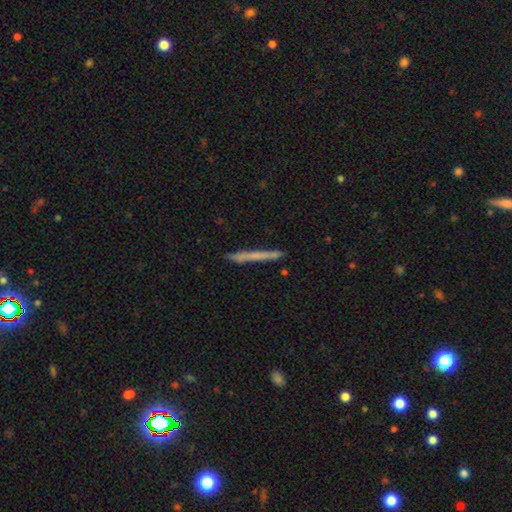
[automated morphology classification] Overall: smooth (58%; featured or disk 36%). How rounded: cigar-shaped (97%). Merging: none (89%).